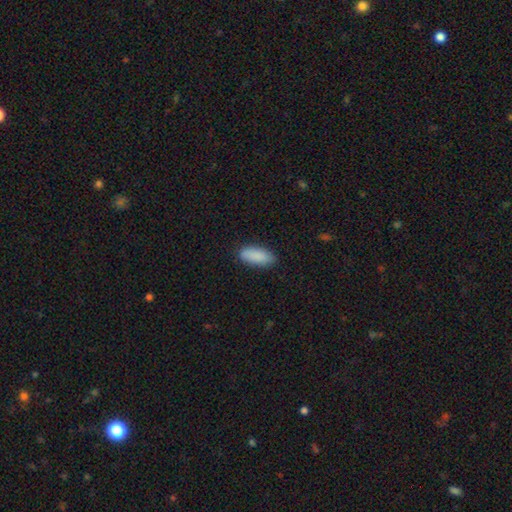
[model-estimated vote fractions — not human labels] smooth-or-featured: smooth: 89% | star or artifact: 6% | featured or disk: 5%
  how-rounded: in between: 77% | cigar-shaped: 22% | round: 2%
  merging: none: 86% | minor disturbance: 11% | major disturbance: 2% | merger: 1%